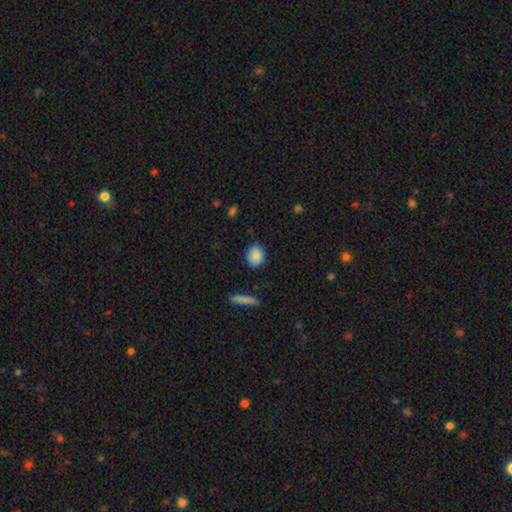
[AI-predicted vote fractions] This appears to be a smooth galaxy with no disk features (88%) that is round (63%). Merging: none (87%).